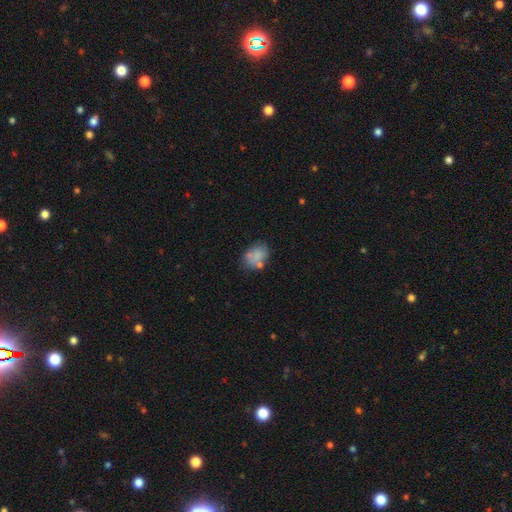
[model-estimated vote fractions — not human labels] Smooth or featured? smooth (69%)
How rounded? in between (62%)
Merging? none (54%)